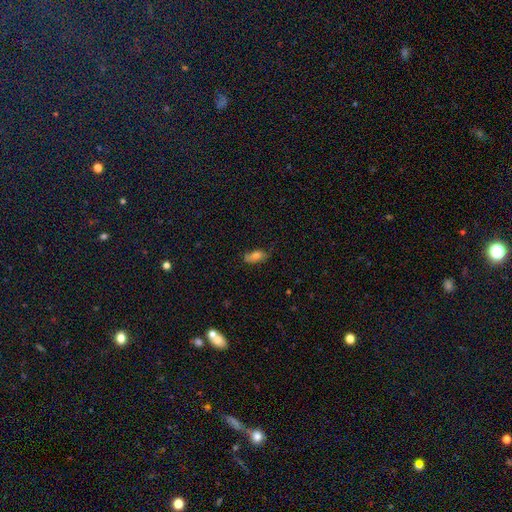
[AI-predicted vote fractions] The model was most divided on "merging": none: 62%, minor disturbance: 28%, major disturbance: 7%, merger: 2%. More confident: how rounded — in between (84%); smooth or featured — smooth (74%).